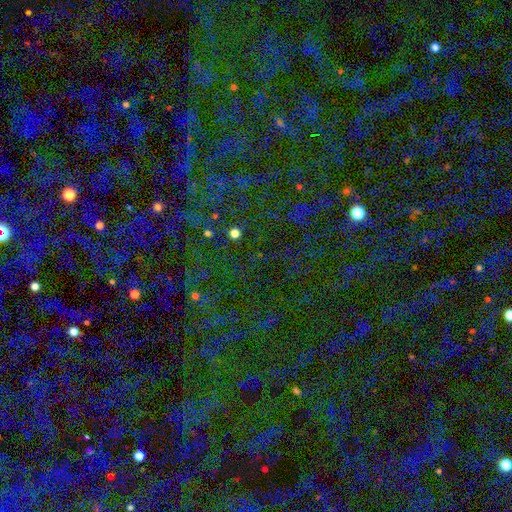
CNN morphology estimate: A star or artifact, not a galaxy (72%).

Vote fractions:
- Smooth or featured? star or artifact: 72% / smooth: 19% / featured or disk: 9%